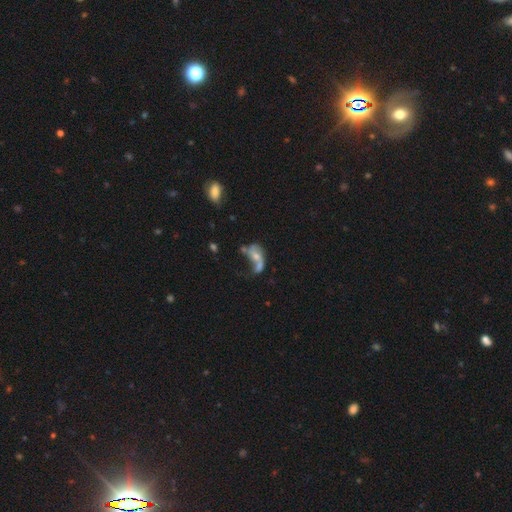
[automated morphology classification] This is possibly a featured or disk galaxy (56%). It is clearly not viewed edge-on (95%). Bar: likely no (72%). Spiral arm pattern: possibly no (50%, tied with yes). Central bulge: marginally small (40%). Merging: marginally merger (35%).